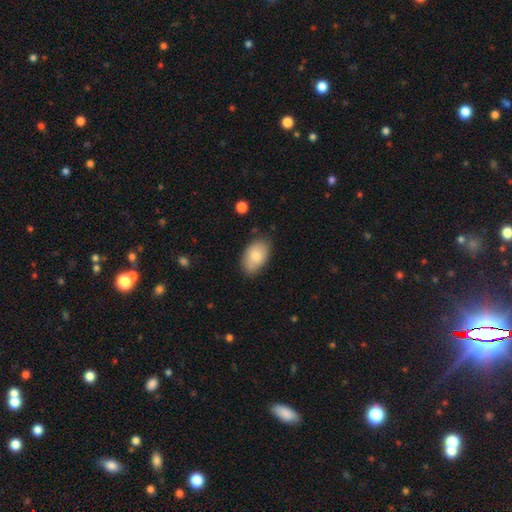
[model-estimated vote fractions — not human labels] Smooth or featured: smooth — 81% (featured or disk — 12%)
How rounded: in between — 92% (round — 6%)
Merging: none — 78% (minor disturbance — 17%)